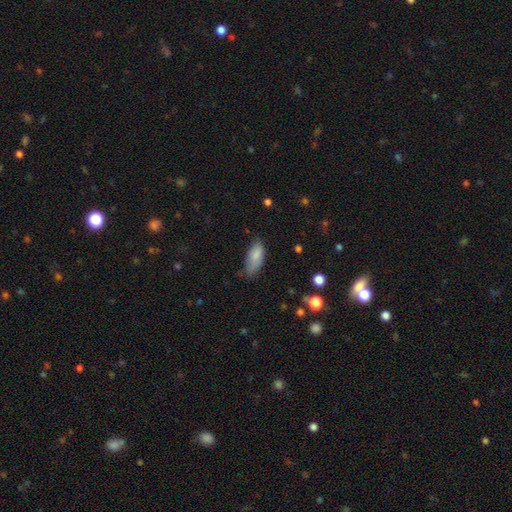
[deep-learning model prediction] The model was most divided on "merging": none: 56%, minor disturbance: 34%, major disturbance: 8%, merger: 2%. More confident: how rounded — in between (83%); smooth or featured — smooth (82%).